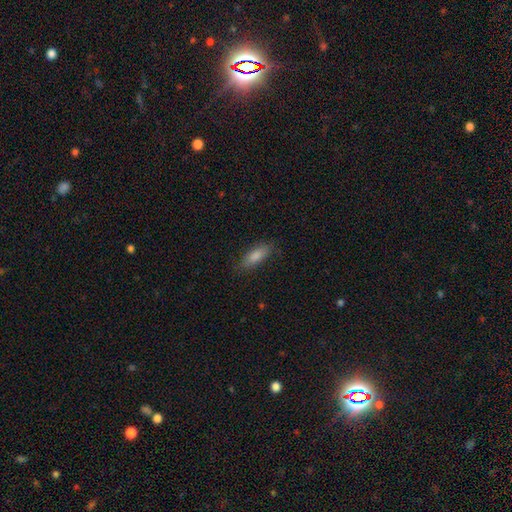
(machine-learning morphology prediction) Overall: smooth (78%). How rounded: in between (58%; cigar-shaped 39%). Merging: none (82%).